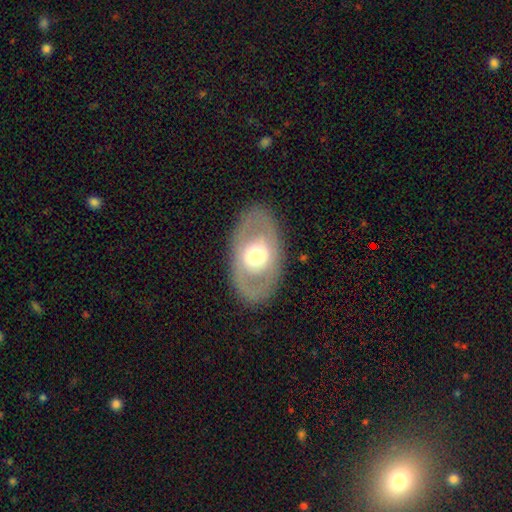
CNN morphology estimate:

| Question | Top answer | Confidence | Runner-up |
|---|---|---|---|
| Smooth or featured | featured or disk | 59% | smooth (35%) |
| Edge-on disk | no | 90% | yes (10%) |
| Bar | no | 72% | weak (20%) |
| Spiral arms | no | 75% | yes (25%) |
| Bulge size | moderate | 59% | large (27%) |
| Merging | none | 84% | minor disturbance (10%) |